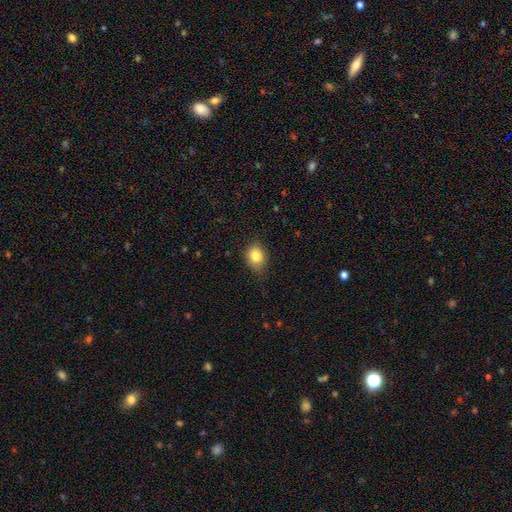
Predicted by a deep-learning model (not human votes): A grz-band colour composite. It shows a smooth galaxy with no disk features (82%) that is round (49%, tied with in between). Merging: none (75%).